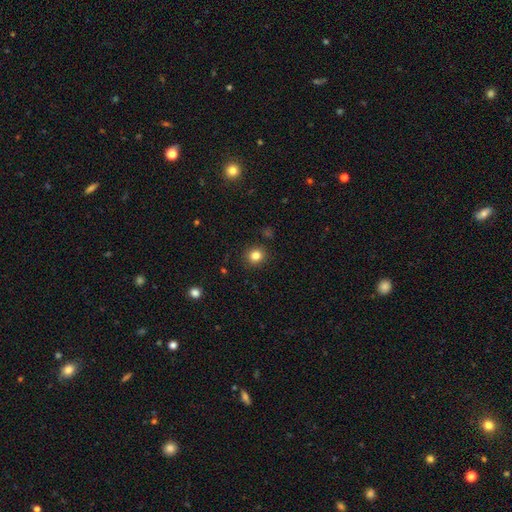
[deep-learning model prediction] smooth-or-featured: smooth: 83% | star or artifact: 12% | featured or disk: 5%
  how-rounded: round: 87% | in between: 12% | cigar-shaped: 1%
  merging: none: 91% | minor disturbance: 6% | major disturbance: 2% | merger: 1%